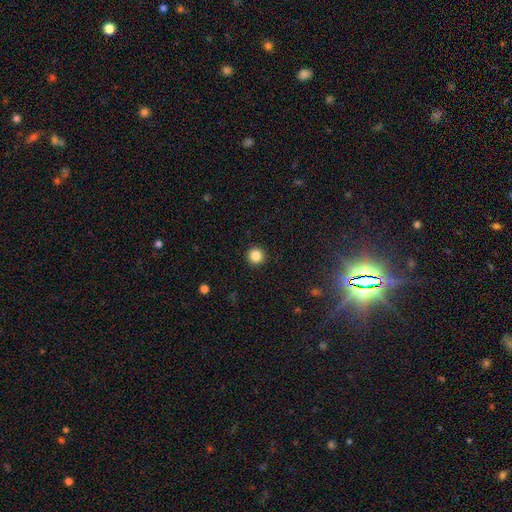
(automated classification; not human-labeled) Overall: smooth (86%). How rounded: round (96%). Merging: none (93%).